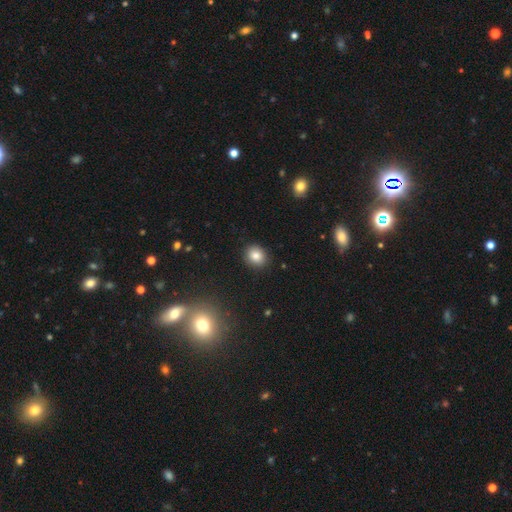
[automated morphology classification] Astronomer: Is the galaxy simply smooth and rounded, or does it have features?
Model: smooth — 82%.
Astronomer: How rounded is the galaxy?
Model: round — 72%.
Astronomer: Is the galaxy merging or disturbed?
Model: none — 90%.